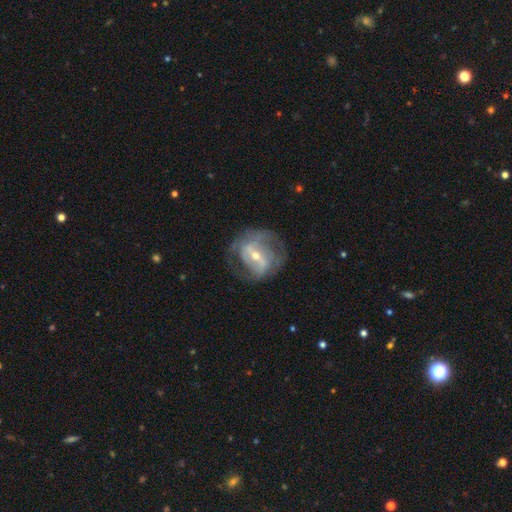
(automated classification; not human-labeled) Smooth or featured? featured or disk (81%)
Edge-on disk? no (96%)
Bar? strong (45%)
Spiral arms? yes (80%)
Spiral winding? medium (44%)
Spiral arm count? 2 (60%)
Bulge size? small (49%)
Merging? none (61%)